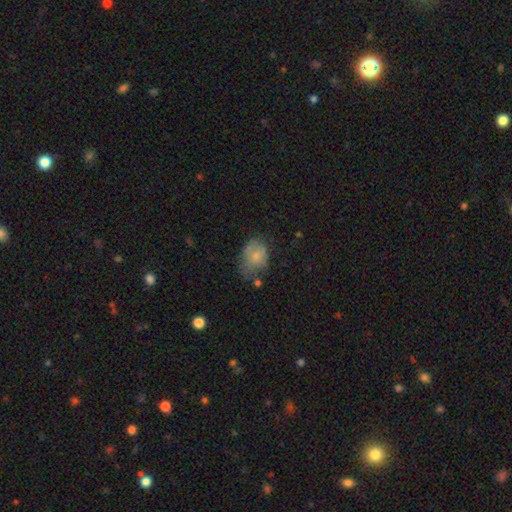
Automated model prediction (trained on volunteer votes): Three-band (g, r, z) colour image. It shows a smooth galaxy with no disk features (69%) that is in between round and cigar-shaped (69%). Merging: none (36%).